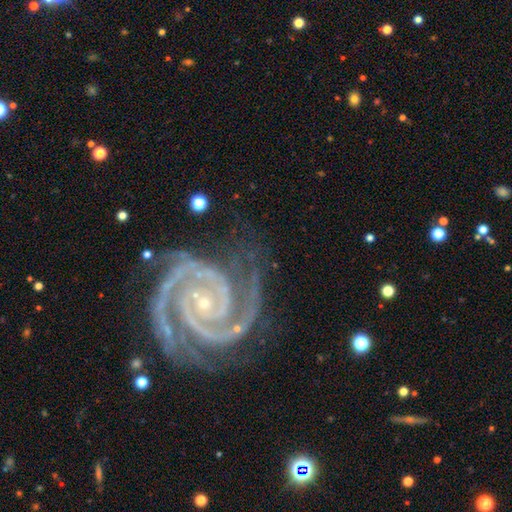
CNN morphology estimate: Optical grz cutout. It shows a featured or disk galaxy (94%) with no bar (58%), 2 (80%) tight (79%) spiral arms (99%) and a small central bulge (86%). Merging: none (72%).